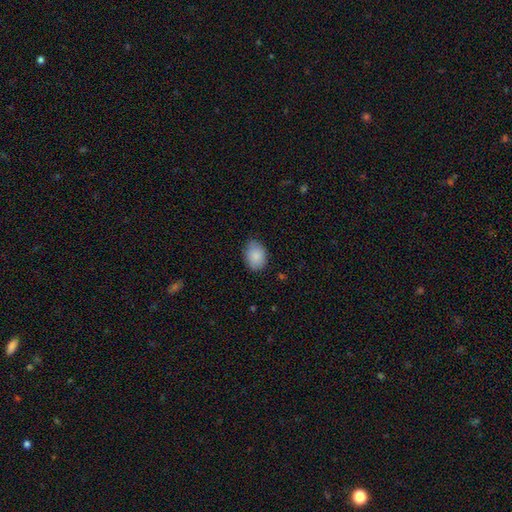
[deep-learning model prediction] Smooth or featured?
  - smooth: 88% *
  - star or artifact: 7%
  - featured or disk: 5%
How rounded?
  - in between: 72% *
  - round: 27%
  - cigar-shaped: 1%
Merging?
  - none: 79% *
  - minor disturbance: 17%
  - major disturbance: 3%
  - merger: 1%